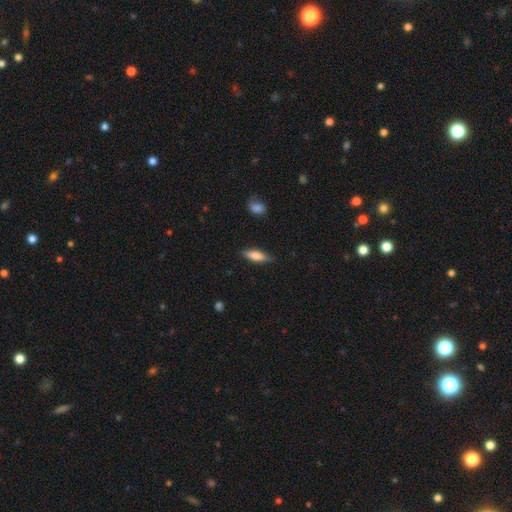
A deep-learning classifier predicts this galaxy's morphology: This is likely a smooth galaxy (69%). How rounded: possibly in between (49%). Merging: clearly none (83%).